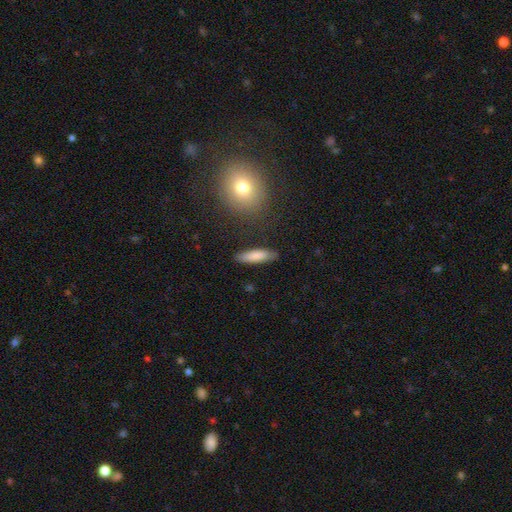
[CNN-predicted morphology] Smooth or featured: smooth — 81% (featured or disk — 13%)
How rounded: cigar-shaped — 63% (in between — 35%)
Merging: none — 85% (minor disturbance — 10%)